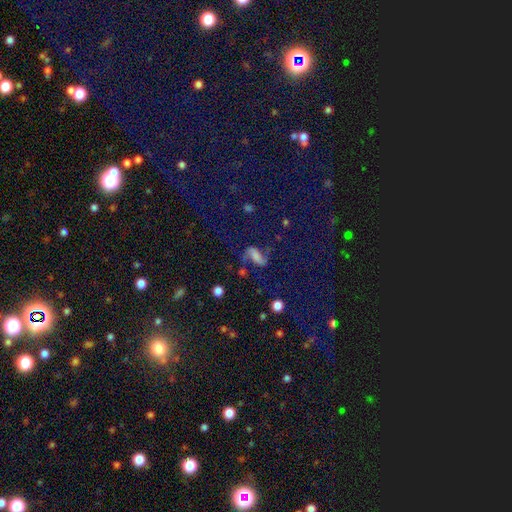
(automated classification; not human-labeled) star or artifact 38%, smooth 33%, featured or disk 29%.